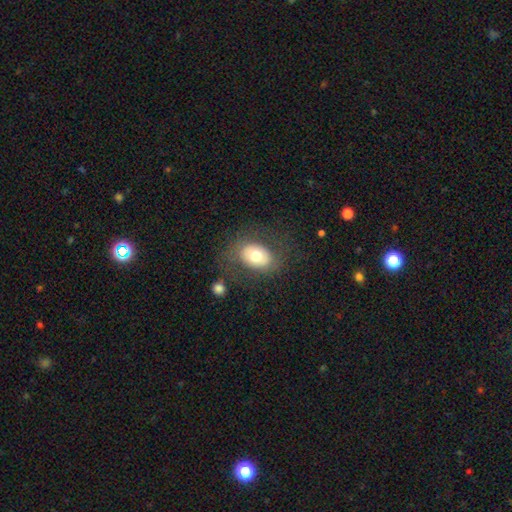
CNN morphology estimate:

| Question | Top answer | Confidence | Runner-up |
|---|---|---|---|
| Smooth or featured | smooth | 66% | featured or disk (26%) |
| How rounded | in between | 69% | round (30%) |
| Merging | none | 72% | minor disturbance (15%) |